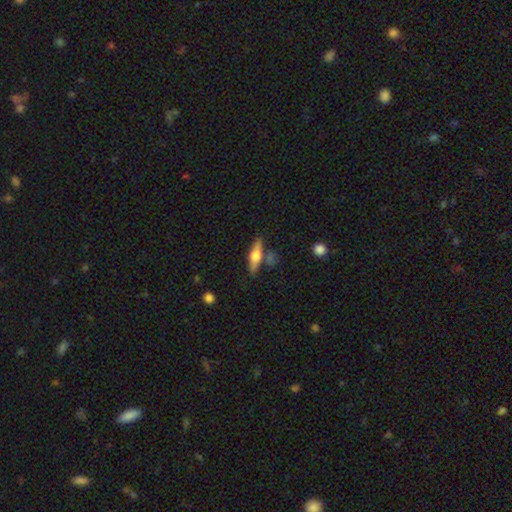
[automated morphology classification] Smooth or featured?
  - featured or disk: 53% *
  - smooth: 40%
  - star or artifact: 6%
Edge-on disk?
  - yes: 93% *
  - no: 7%
Merging?
  - none: 74% *
  - minor disturbance: 13%
  - merger: 9%
  - major disturbance: 4%